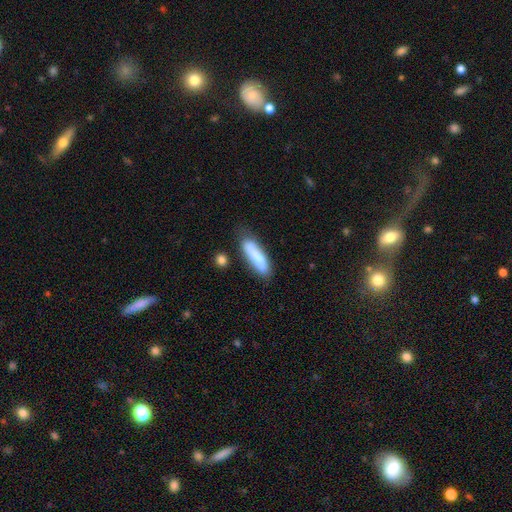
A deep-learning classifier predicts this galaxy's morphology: smooth 78%, featured or disk 16%, star or artifact 6%. Down the decision tree: how rounded — cigar-shaped (69%); merging — none (69%).